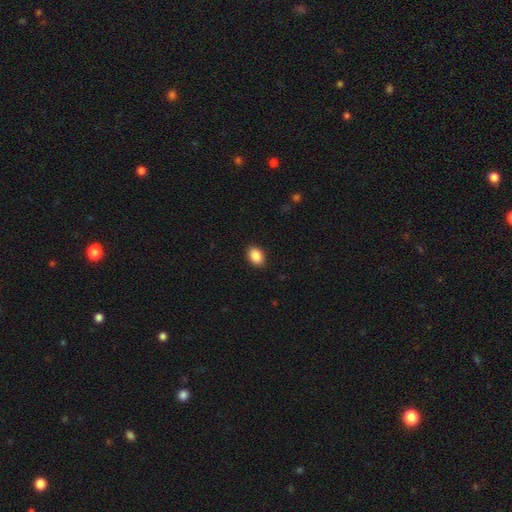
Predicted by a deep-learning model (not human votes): A smooth galaxy with no disk features (89%) that is in between round and cigar-shaped (81%). Merging: none (90%).